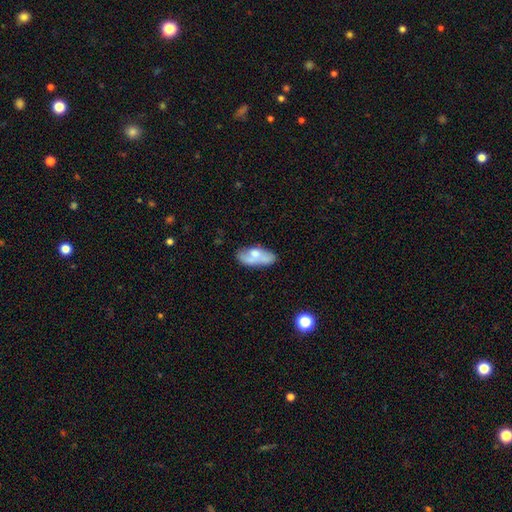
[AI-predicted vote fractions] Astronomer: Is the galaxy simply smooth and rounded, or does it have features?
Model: smooth — 56% (runner-up: featured or disk, 37%).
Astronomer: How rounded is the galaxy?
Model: in between — 85%.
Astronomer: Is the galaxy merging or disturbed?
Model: none — 47% (runner-up: minor disturbance, 25%).